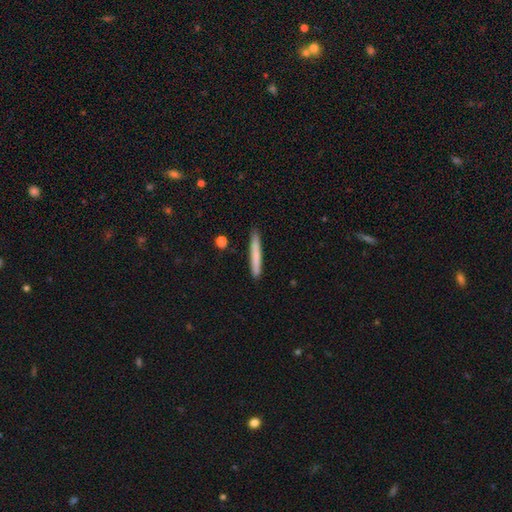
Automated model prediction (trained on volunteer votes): Q: Smooth or featured?
A: smooth (74%); runner-up: featured or disk (20%)
Q: How rounded?
A: cigar-shaped (96%); runner-up: in between (3%)
Q: Merging?
A: none (90%); runner-up: minor disturbance (8%)